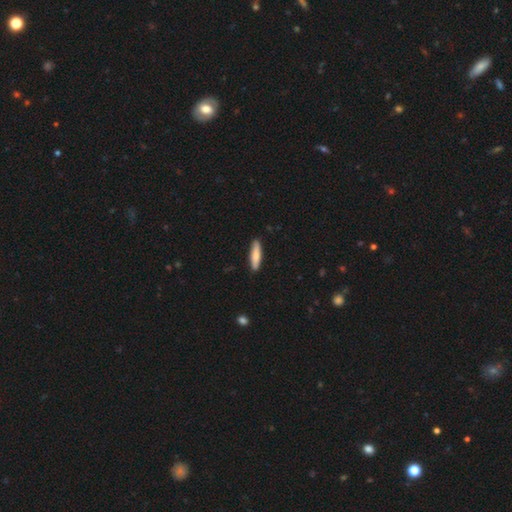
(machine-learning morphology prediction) This is likely a smooth galaxy (79%). How rounded: likely cigar-shaped (80%). Merging: clearly none (88%).